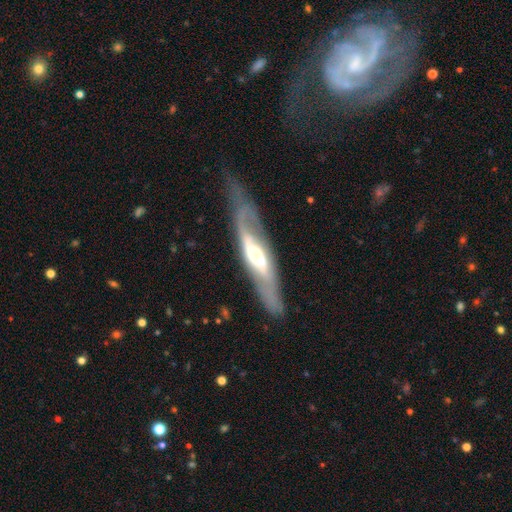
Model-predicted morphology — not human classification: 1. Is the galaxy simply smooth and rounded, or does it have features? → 75% featured or disk, 20% smooth, 5% star or artifact.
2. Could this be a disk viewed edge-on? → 67% no, 33% yes.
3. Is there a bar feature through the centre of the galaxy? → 40% no, 33% weak, 27% strong.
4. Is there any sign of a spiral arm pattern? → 80% yes, 20% no.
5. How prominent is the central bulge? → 52% moderate, 23% small, 20% large, 3% dominant, 2% none.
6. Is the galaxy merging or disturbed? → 66% none, 19% minor disturbance, 13% major disturbance, 2% merger.